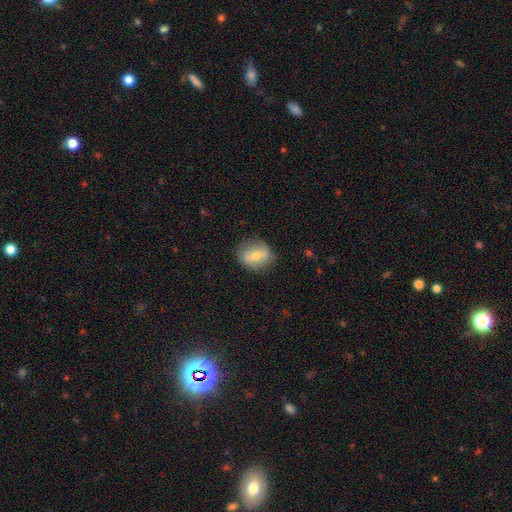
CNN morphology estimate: A smooth galaxy with no disk features (56%) that is round (54%). Merging: none (76%).